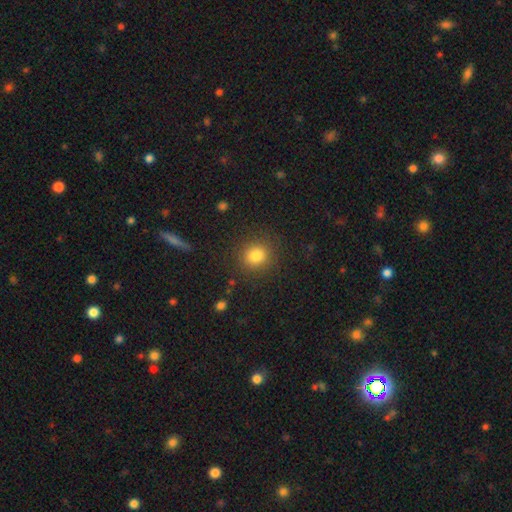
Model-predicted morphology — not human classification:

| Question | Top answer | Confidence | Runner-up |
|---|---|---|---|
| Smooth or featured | smooth | 81% | star or artifact (12%) |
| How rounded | round | 86% | in between (13%) |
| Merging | none | 87% | minor disturbance (8%) |